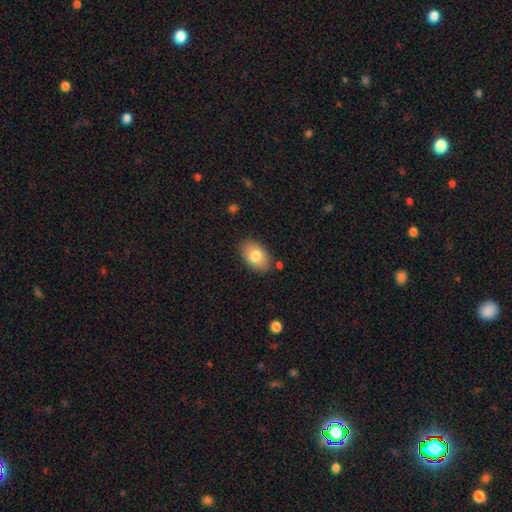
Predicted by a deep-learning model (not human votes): A smooth galaxy with no disk features (78%) that is in between round and cigar-shaped (89%). Merging: none (84%).